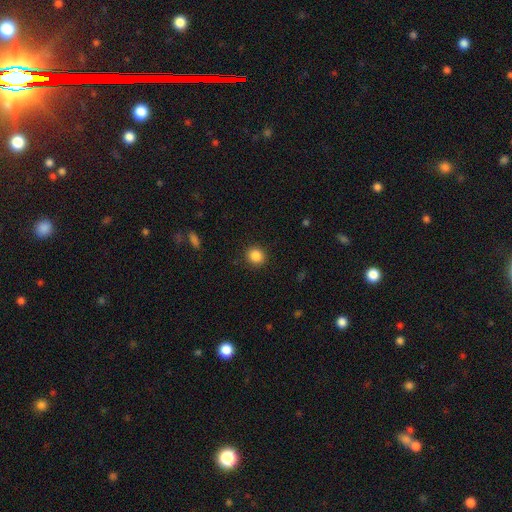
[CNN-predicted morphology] This appears to be a smooth galaxy with no disk features (87%) that is round (85%). Merging: none (90%).